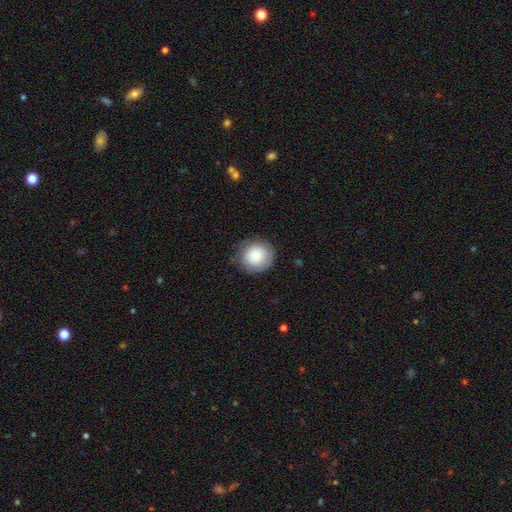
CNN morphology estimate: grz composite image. It shows a smooth galaxy with no disk features (84%) that is round (87%). Merging: none (81%).